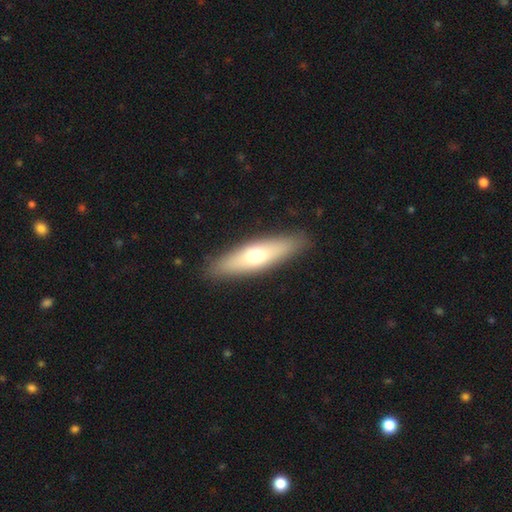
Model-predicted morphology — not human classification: Overall: smooth (59%; featured or disk 34%). How rounded: cigar-shaped (60%; in between 38%). Merging: none (88%).